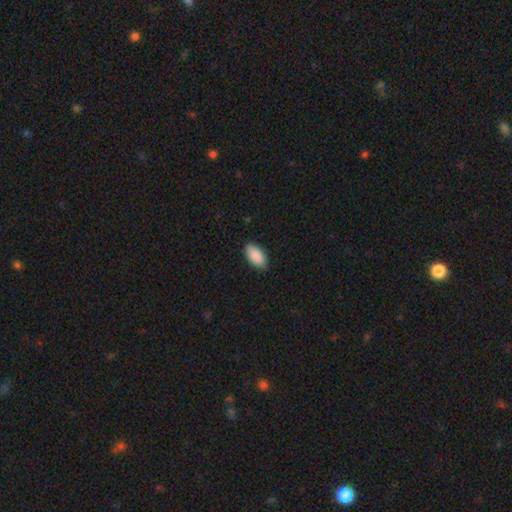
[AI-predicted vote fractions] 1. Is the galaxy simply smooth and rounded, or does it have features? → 91% smooth, 6% star or artifact, 3% featured or disk.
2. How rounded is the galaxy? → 95% in between, 3% cigar-shaped, 2% round.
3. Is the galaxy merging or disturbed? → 89% none, 9% minor disturbance, 2% major disturbance, 1% merger.